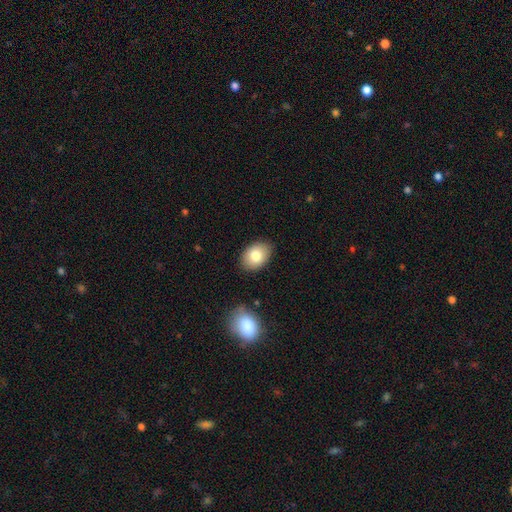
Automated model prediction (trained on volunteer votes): Overall: smooth (81%). How rounded: in between (81%). Merging: none (85%).